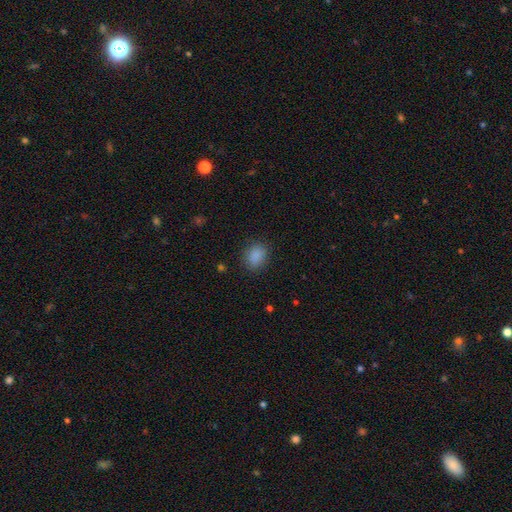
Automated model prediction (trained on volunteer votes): A smooth galaxy with no disk features (87%) that is in between round and cigar-shaped (64%). Merging: none (85%).